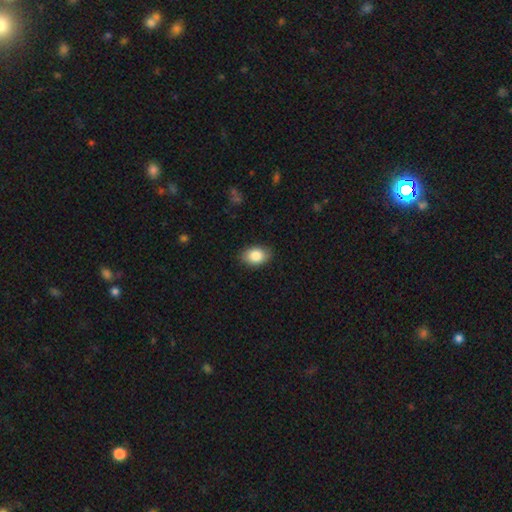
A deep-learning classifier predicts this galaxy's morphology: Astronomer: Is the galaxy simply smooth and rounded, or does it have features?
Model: smooth — 86%.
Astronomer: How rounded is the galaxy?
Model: in between — 81%.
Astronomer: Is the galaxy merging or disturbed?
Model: none — 86%.